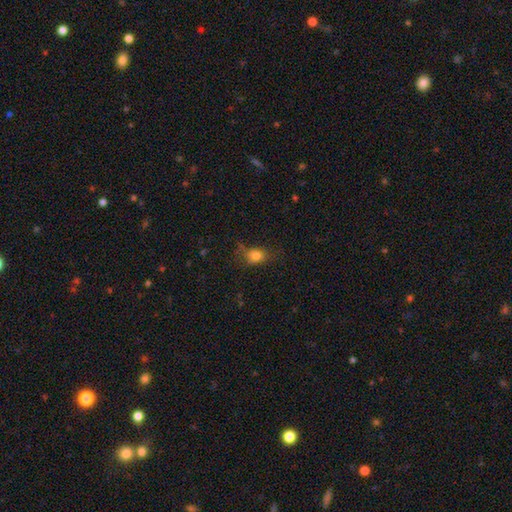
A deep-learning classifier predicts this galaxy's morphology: Smooth or featured: smooth — 78% (star or artifact — 13%)
How rounded: in between — 56% (round — 41%)
Merging: none — 57% (minor disturbance — 27%)